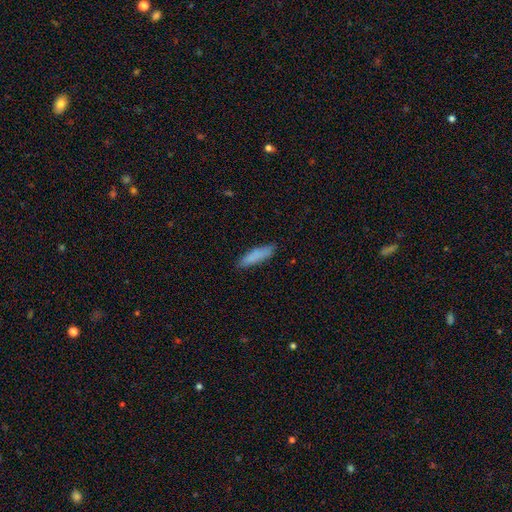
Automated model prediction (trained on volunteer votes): Morphology: type=smooth (83%); roundness=cigar-shaped (71%); merging=none (83%).